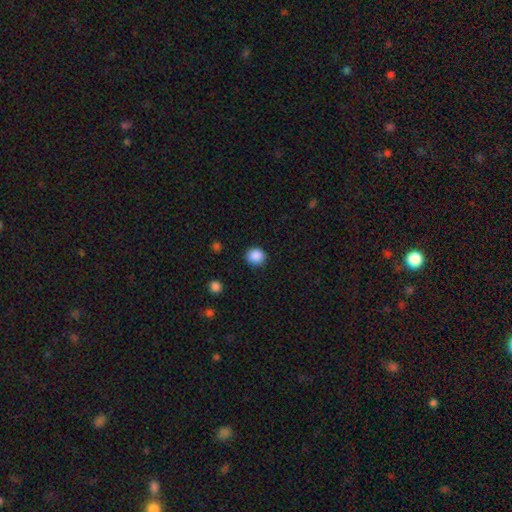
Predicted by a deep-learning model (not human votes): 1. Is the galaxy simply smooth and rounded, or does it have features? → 88% smooth, 9% star or artifact, 2% featured or disk.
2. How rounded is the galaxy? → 88% round, 11% in between, 1% cigar-shaped.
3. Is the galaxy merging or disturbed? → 90% none, 6% minor disturbance, 2% major disturbance, 1% merger.